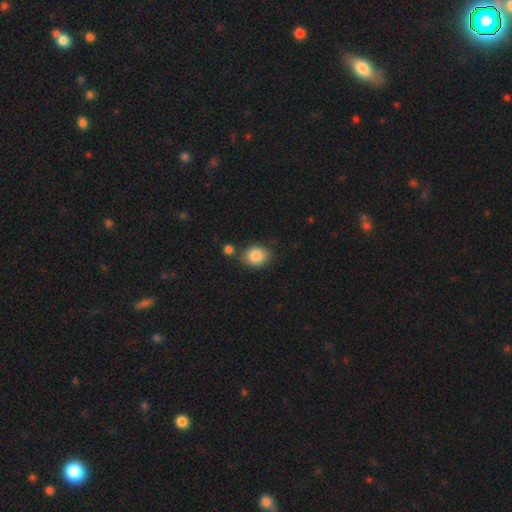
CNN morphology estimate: Smooth or featured? Predicted: smooth (p=0.86). How rounded? Predicted: round (p=0.56). Merging? Predicted: none (p=0.70).